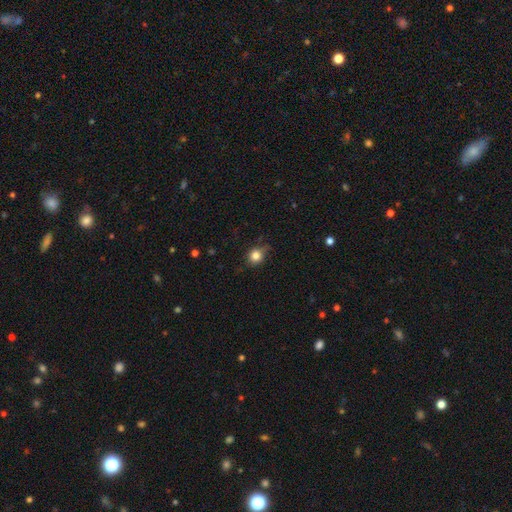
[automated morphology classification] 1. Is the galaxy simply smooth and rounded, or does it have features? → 81% smooth, 11% star or artifact, 8% featured or disk.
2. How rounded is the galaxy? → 80% round, 19% in between, 1% cigar-shaped.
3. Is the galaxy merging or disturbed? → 64% none, 27% minor disturbance, 7% major disturbance, 2% merger.